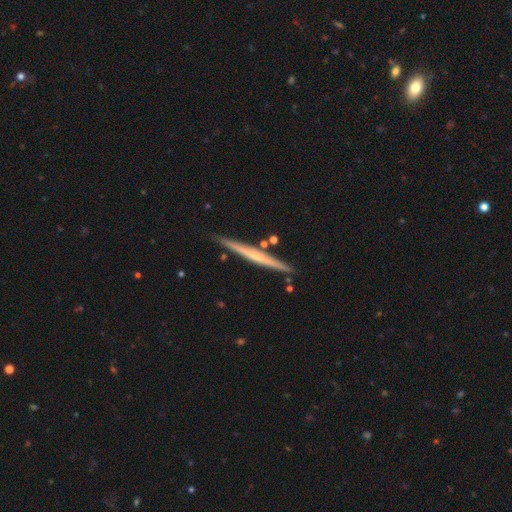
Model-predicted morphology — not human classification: Smooth or featured: featured or disk — 62% (smooth — 32%)
Edge-on disk: yes — 98% (no — 2%)
Edge-on bulge: none — 64% (rounded — 31%)
Merging: none — 86% (minor disturbance — 9%)